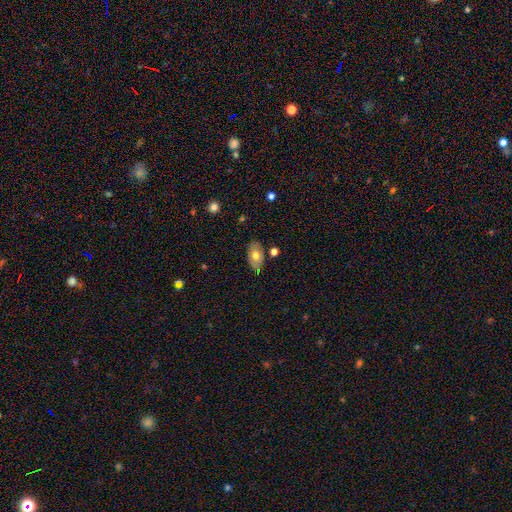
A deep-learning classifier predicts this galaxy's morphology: smooth 61%, featured or disk 32%, star or artifact 7%. Down the decision tree: how rounded — in between (90%); merging — none (80%).